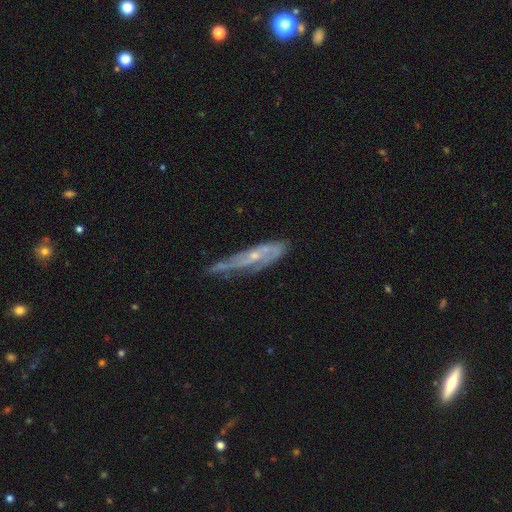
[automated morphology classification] Smooth or featured? featured or disk (73%)
Edge-on disk? no (62%)
Merging? none (51%)